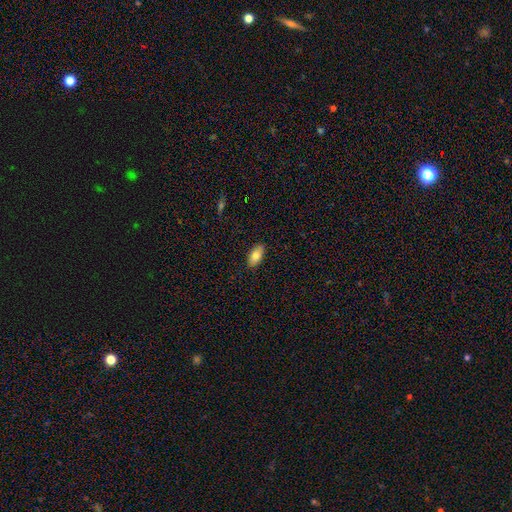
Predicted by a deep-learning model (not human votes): A smooth galaxy with no disk features (80%) that is in between round and cigar-shaped (91%). Merging: none (89%).